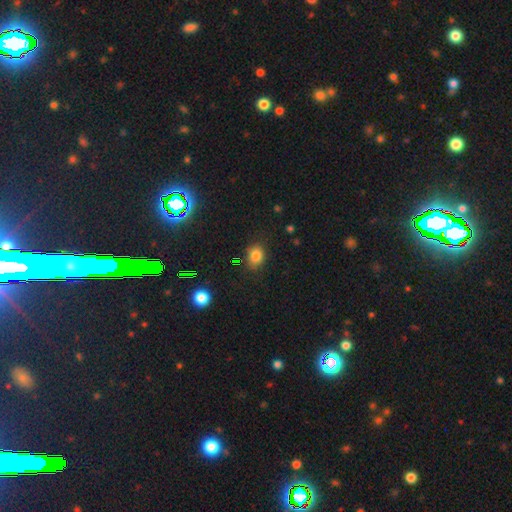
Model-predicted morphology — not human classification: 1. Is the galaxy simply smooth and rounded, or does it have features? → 77% smooth, 16% star or artifact, 7% featured or disk.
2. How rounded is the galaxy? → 51% round, 48% in between, 1% cigar-shaped.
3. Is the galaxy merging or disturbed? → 80% none, 15% minor disturbance, 4% major disturbance, 2% merger.